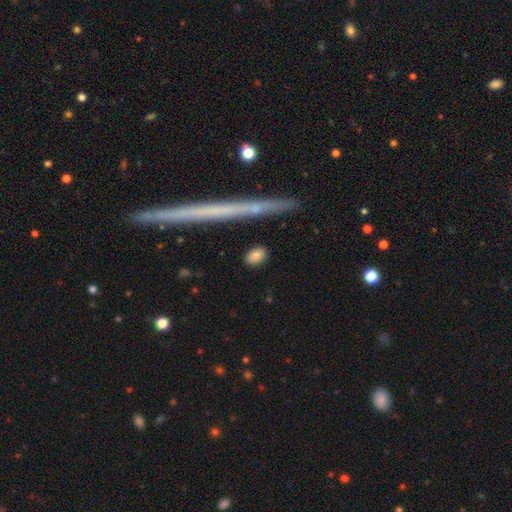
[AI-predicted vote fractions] Smooth or featured? smooth (82%)
How rounded? in between (70%)
Merging? none (87%)